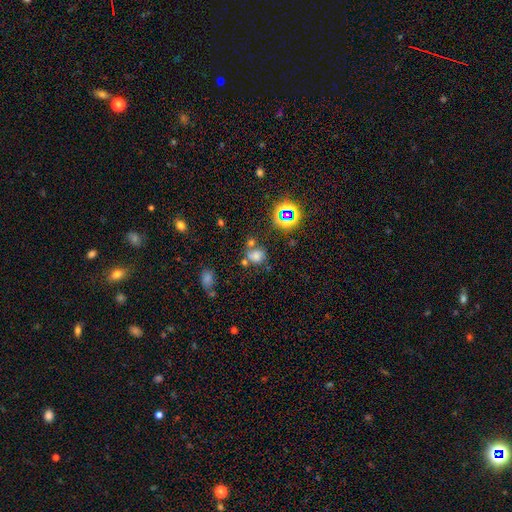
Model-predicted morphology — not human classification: This appears to be a smooth galaxy with no disk features (59%) that is round (61%). Merging: none (53%).